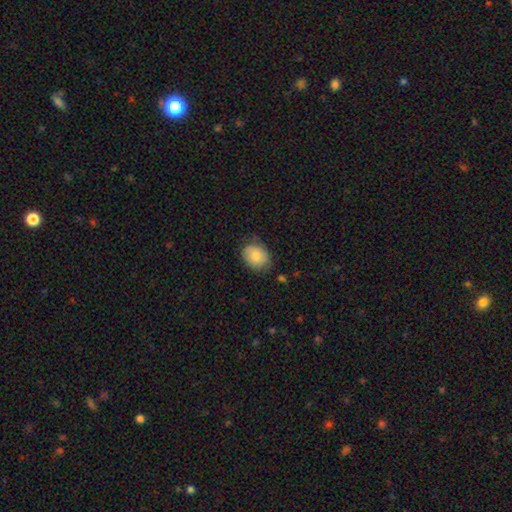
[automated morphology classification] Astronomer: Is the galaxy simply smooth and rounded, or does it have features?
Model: smooth — 82%.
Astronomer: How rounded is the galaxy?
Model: in between — 50% (runner-up: round, 49%).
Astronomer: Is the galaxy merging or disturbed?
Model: none — 73%.